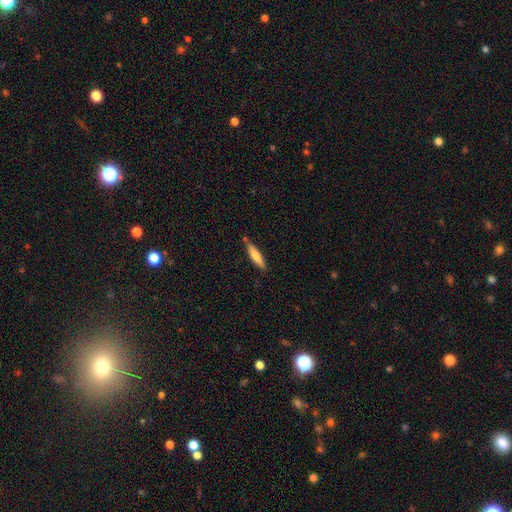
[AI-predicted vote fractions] This appears to be a smooth galaxy with no disk features (69%) that is cigar-shaped (81%). Merging: none (79%).